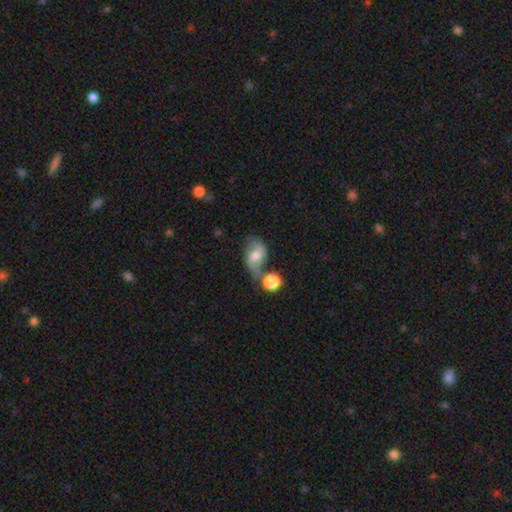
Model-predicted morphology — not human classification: Overall: featured or disk (53%; smooth 37%). Edge-on disk: no (96%). Bar: no (47%; weak 41%). Spiral arms: yes (82%). Bulge size: moderate (63%). Merging: none (43%; merger 25%).